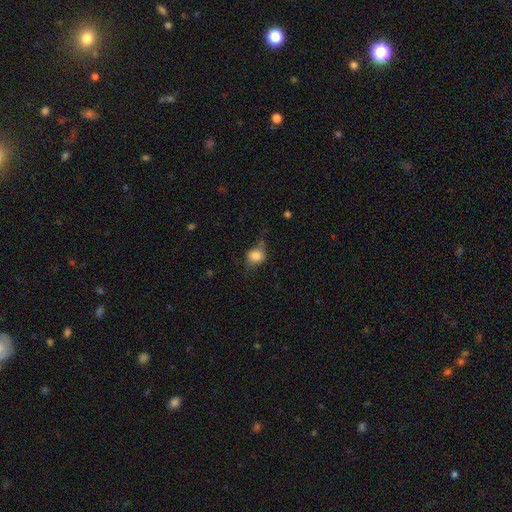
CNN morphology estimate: This is likely a smooth galaxy (76%). How rounded: likely round (67%). Merging: possibly none (56%).